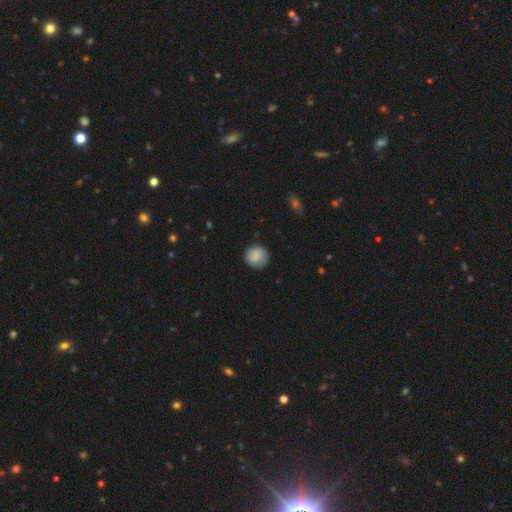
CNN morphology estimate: A smooth galaxy with no disk features (87%) that is round (90%). Merging: none (83%).